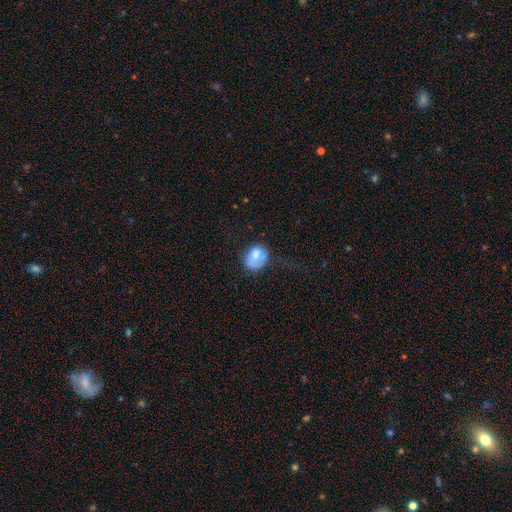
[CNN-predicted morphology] A smooth galaxy with no disk features (67%) that is in between round and cigar-shaped (58%).

Vote fractions:
- Smooth or featured? smooth: 67% / featured or disk: 24% / star or artifact: 9%
- How rounded? in between: 58% / round: 41% / cigar-shaped: 1%
- Merging? none: 37% / minor disturbance: 28% / major disturbance: 25% / merger: 10%